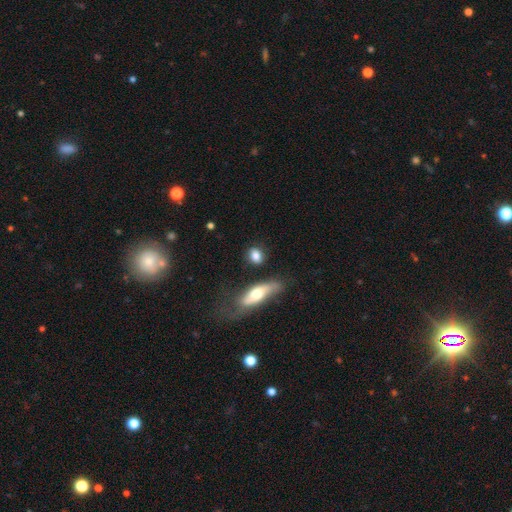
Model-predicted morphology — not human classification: smooth_or_featured: smooth (p=0.79) [alt: featured or disk p=0.13]
how_rounded: in between (p=0.49) [alt: round p=0.44]
merging: none (p=0.74) [alt: minor disturbance p=0.13]